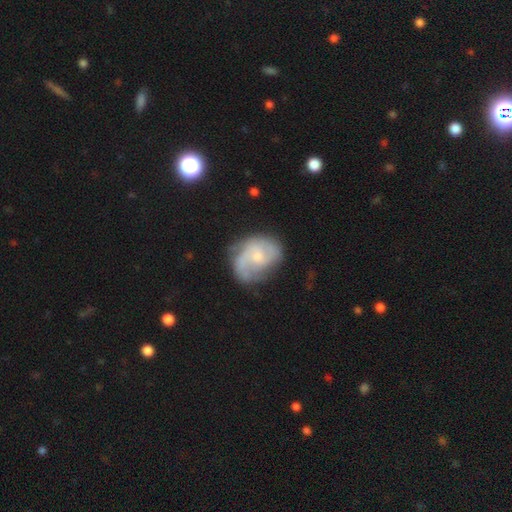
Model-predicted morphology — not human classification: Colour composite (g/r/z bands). It shows a featured or disk galaxy (71%) with no bar (64%), 2 (59%) medium (45%) spiral arms (88%) and a small central bulge (53%). Merging: none (57%).